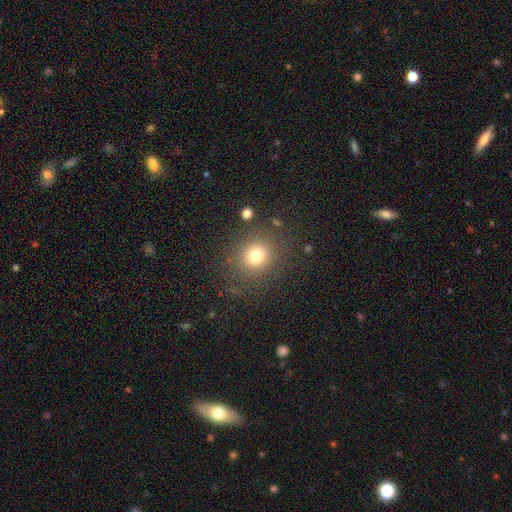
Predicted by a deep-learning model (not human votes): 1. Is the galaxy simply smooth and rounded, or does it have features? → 76% smooth, 16% star or artifact, 9% featured or disk.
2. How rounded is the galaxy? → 86% round, 13% in between, 1% cigar-shaped.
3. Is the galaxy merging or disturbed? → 84% none, 9% minor disturbance, 5% major disturbance, 2% merger.